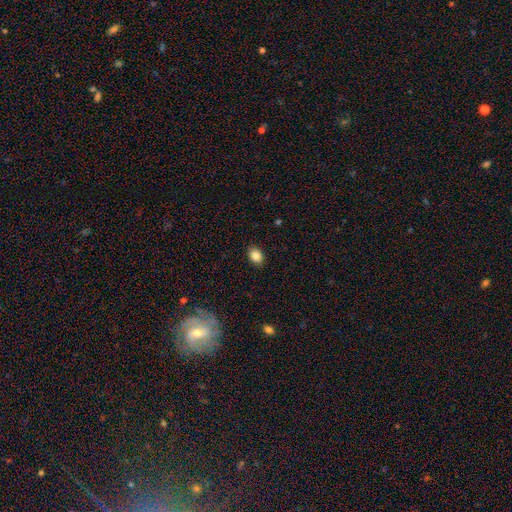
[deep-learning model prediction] smooth_or_featured: smooth (p=0.86) [alt: star or artifact p=0.09]
how_rounded: in between (p=0.70) [alt: round p=0.29]
merging: none (p=0.89) [alt: minor disturbance p=0.08]